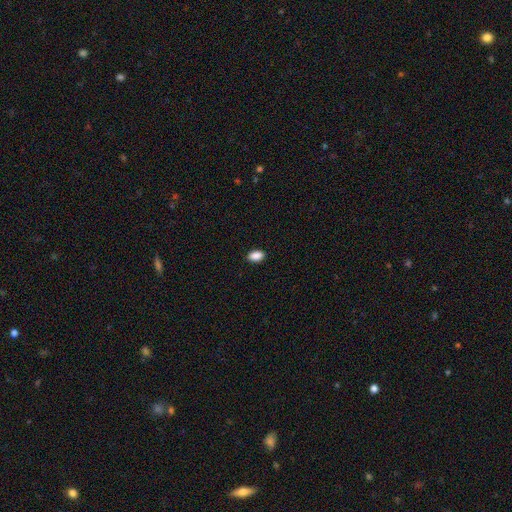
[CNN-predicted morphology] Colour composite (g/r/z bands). It shows a smooth galaxy with no disk features (89%) that is in between round and cigar-shaped (89%). Merging: none (90%).